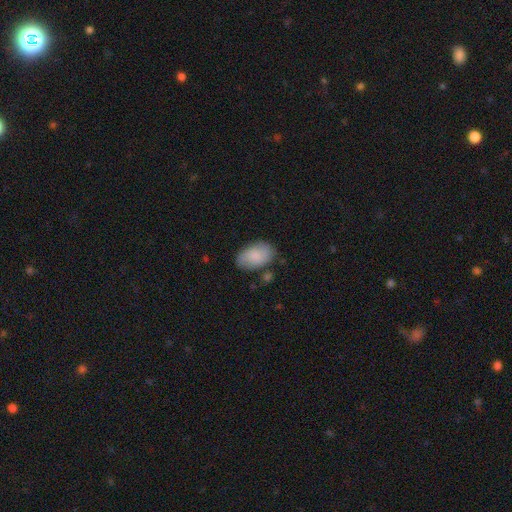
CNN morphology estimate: smooth-or-featured: smooth: 81% | featured or disk: 13% | star or artifact: 6%
  how-rounded: in between: 93% | round: 5% | cigar-shaped: 1%
  merging: none: 75% | minor disturbance: 17% | major disturbance: 4% | merger: 4%